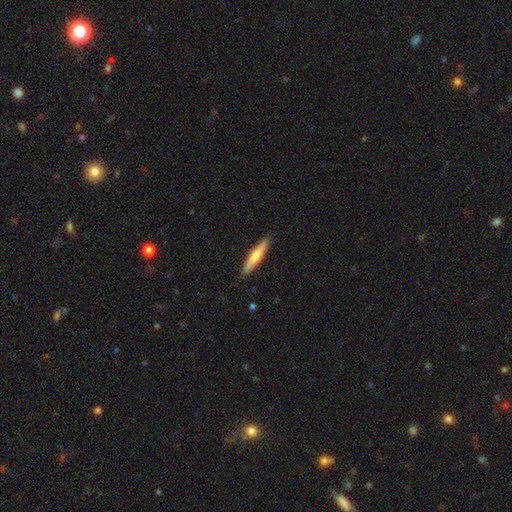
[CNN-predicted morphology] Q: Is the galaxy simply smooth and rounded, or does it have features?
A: smooth — 57%.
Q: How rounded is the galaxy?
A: cigar-shaped — 90%.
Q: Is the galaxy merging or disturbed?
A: none — 92%.